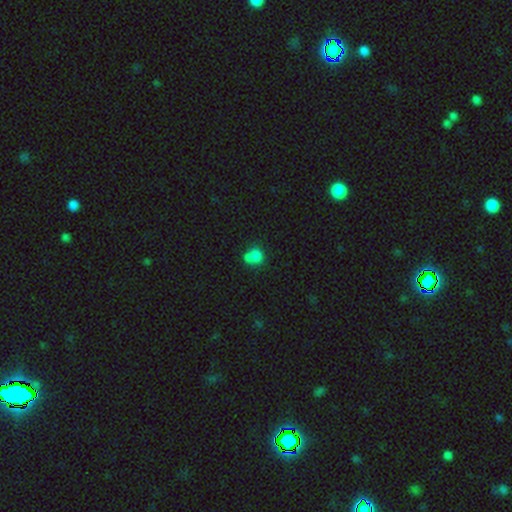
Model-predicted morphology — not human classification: smooth-or-featured: smooth: 77% | star or artifact: 12% | featured or disk: 11%
  how-rounded: round: 70% | in between: 29% | cigar-shaped: 1%
  merging: merger: 49% | none: 36% | minor disturbance: 11% | major disturbance: 5%